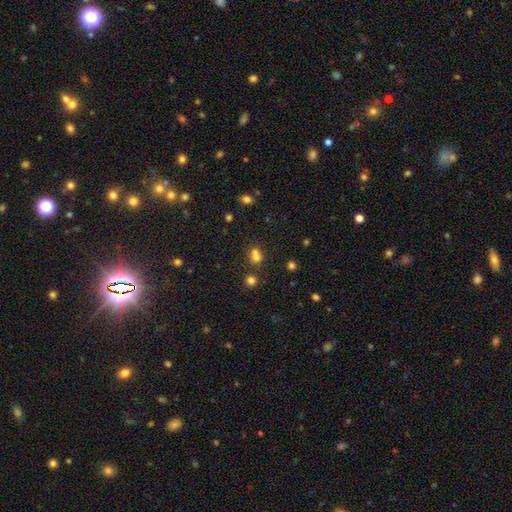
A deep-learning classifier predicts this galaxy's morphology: smooth 67%, star or artifact 22%, featured or disk 11%. Down the decision tree: how rounded — round (63%); merging — merger (46%).